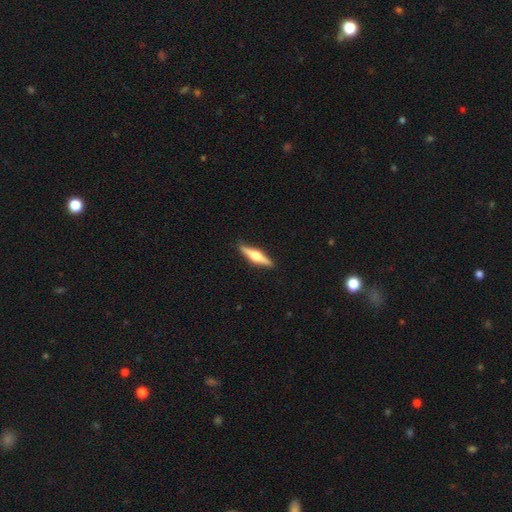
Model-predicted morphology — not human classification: Q: Smooth or featured?
A: featured or disk (70%); runner-up: smooth (25%)
Q: Edge-on disk?
A: yes (97%); runner-up: no (3%)
Q: Edge-on bulge?
A: rounded (94%); runner-up: boxy (4%)
Q: Merging?
A: none (90%); runner-up: minor disturbance (8%)